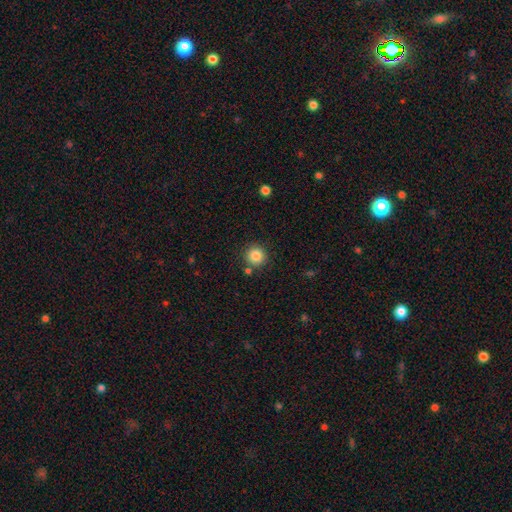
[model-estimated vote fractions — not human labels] Morphology: type=smooth (84%); roundness=round (95%); merging=none (85%).